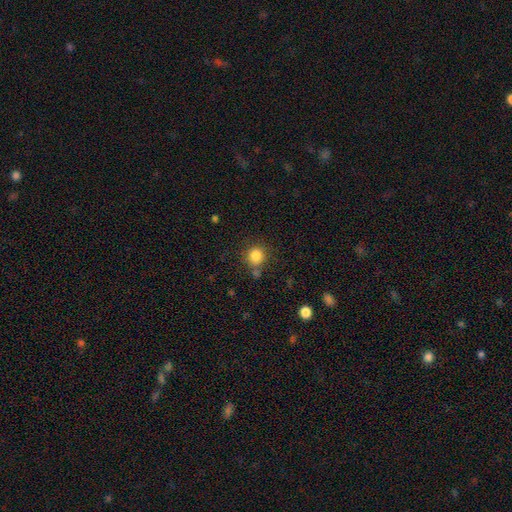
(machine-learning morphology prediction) Overall: smooth (84%). How rounded: round (90%). Merging: none (76%).